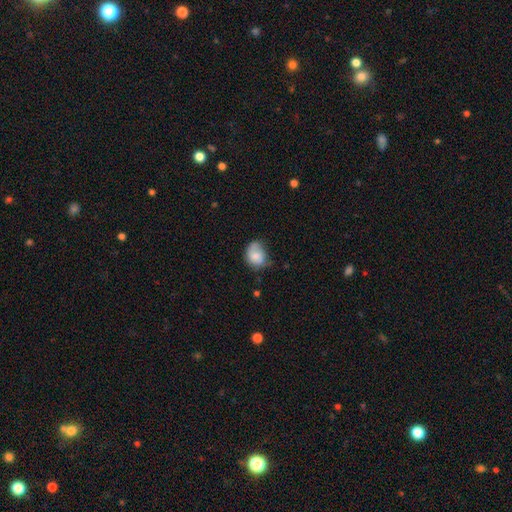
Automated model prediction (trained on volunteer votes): Smooth or featured? Predicted: smooth (p=0.73). How rounded? Predicted: in between (p=0.50). Merging? Predicted: none (p=0.40).